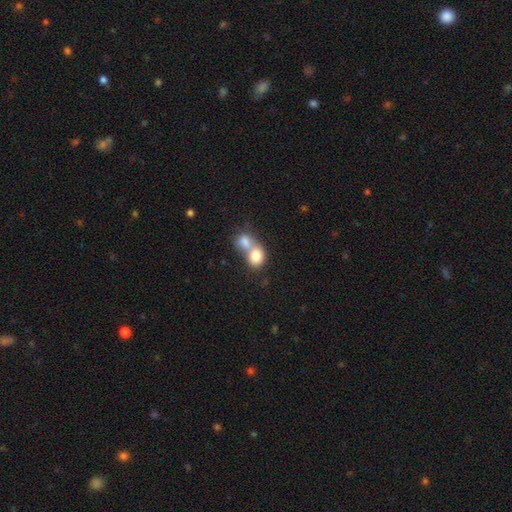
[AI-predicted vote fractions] Smooth or featured? smooth (79%)
How rounded? round (59%)
Merging? merger (71%)